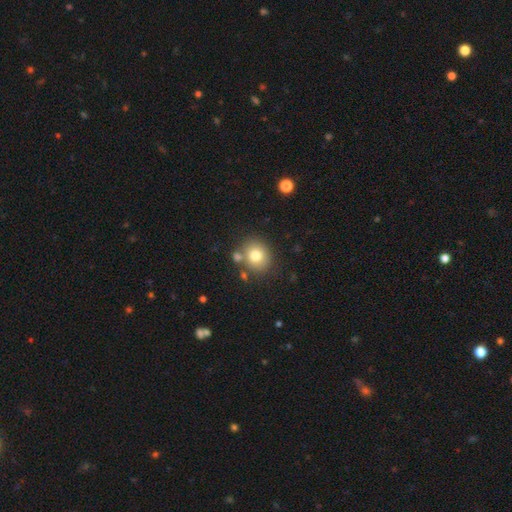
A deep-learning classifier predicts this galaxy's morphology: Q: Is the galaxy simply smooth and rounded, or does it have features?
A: smooth — 77%.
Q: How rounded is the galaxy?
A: round — 77%.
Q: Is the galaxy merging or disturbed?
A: none — 72%.